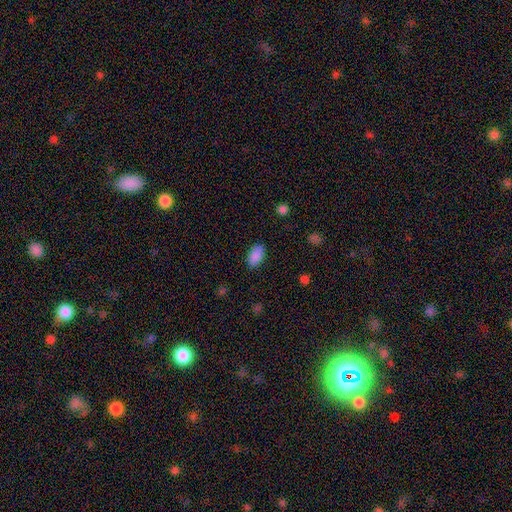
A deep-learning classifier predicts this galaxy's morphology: A smooth galaxy with no disk features (89%) that is in between round and cigar-shaped (94%).

Vote fractions:
- Smooth or featured? smooth: 89% / star or artifact: 8% / featured or disk: 3%
- How rounded? in between: 94% / round: 4% / cigar-shaped: 2%
- Merging? none: 85% / minor disturbance: 11% / major disturbance: 3% / merger: 1%